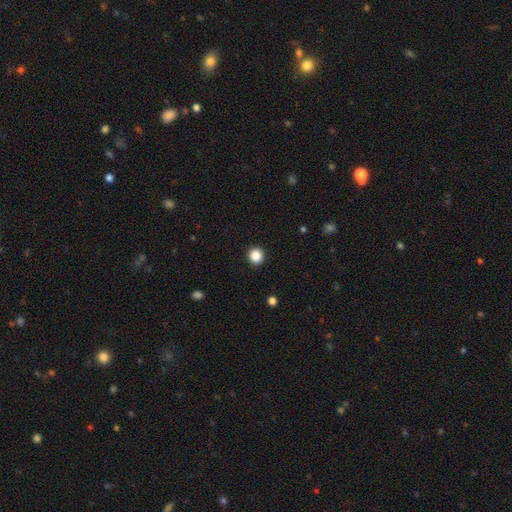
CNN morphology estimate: Smooth or featured? Predicted: smooth (p=0.88). How rounded? Predicted: round (p=0.91). Merging? Predicted: none (p=0.92).